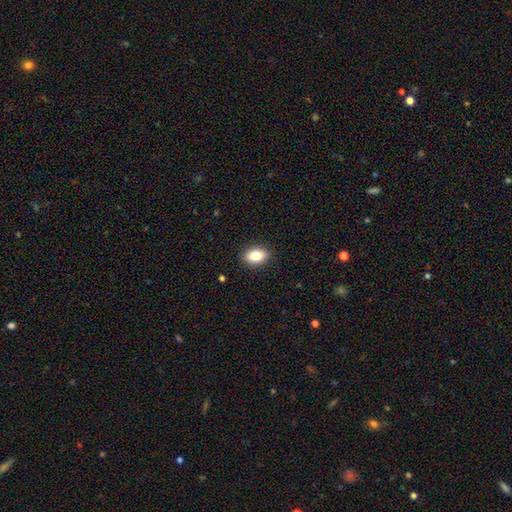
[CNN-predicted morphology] Smooth or featured? smooth (84%)
How rounded? in between (85%)
Merging? none (90%)